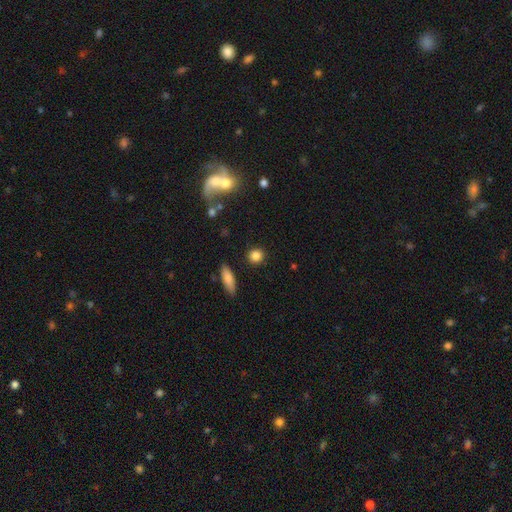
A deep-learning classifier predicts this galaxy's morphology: Smooth or featured?
  - smooth: 85% *
  - star or artifact: 10%
  - featured or disk: 5%
How rounded?
  - round: 86% *
  - in between: 12%
  - cigar-shaped: 2%
Merging?
  - none: 89% *
  - minor disturbance: 6%
  - major disturbance: 2%
  - merger: 2%